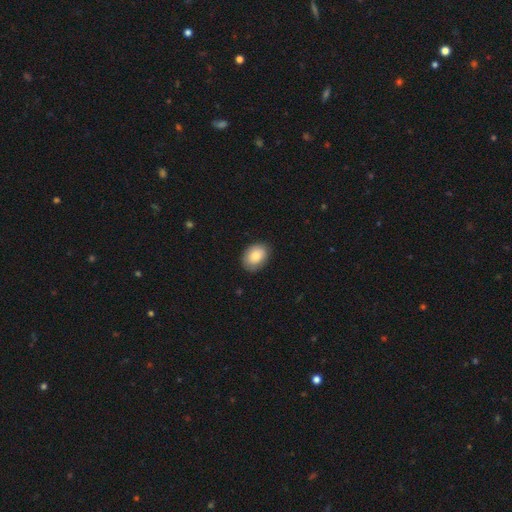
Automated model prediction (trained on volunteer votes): A smooth galaxy with no disk features (85%) that is in between round and cigar-shaped (73%). Merging: none (83%).